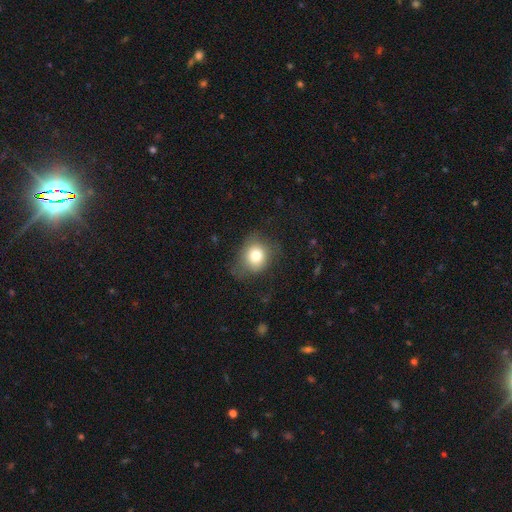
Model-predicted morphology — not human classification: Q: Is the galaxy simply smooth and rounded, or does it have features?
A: smooth — 77%.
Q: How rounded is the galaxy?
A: round — 69%.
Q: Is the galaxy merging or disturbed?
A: none — 63%.